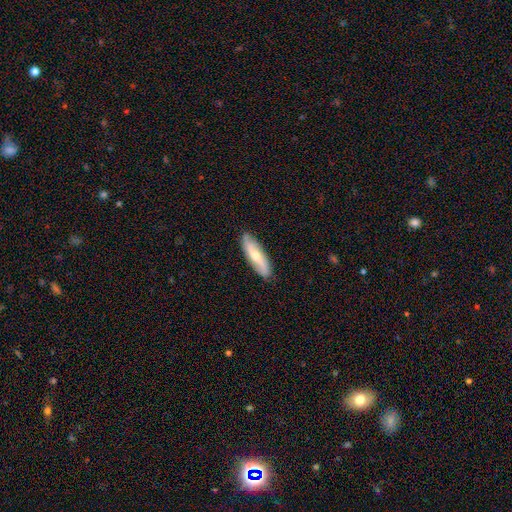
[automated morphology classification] The model was most divided on "smooth or featured": featured or disk: 55%, smooth: 39%, star or artifact: 6%. More confident: merging — none (86%); edge-on disk — no (70%).